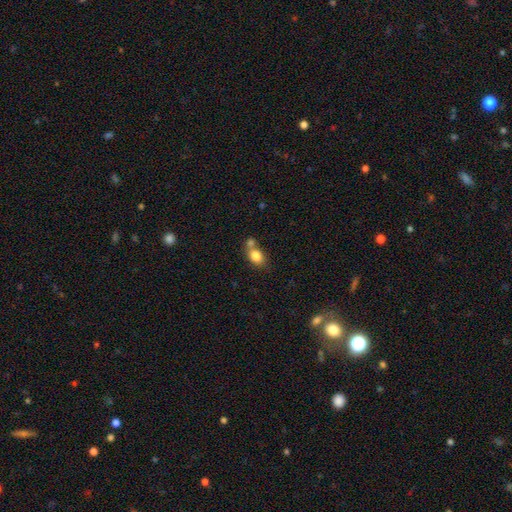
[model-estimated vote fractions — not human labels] Smooth or featured? smooth (82%)
How rounded? in between (63%)
Merging? none (44%)